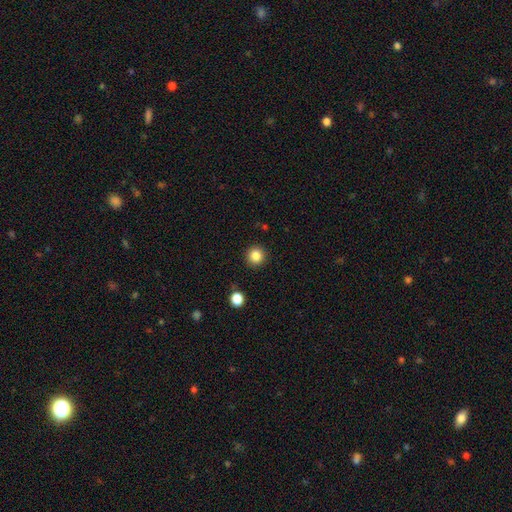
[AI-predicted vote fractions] The model was most divided on "smooth or featured": smooth: 85%, star or artifact: 11%, featured or disk: 4%. More confident: how rounded — round (94%); merging — none (91%).